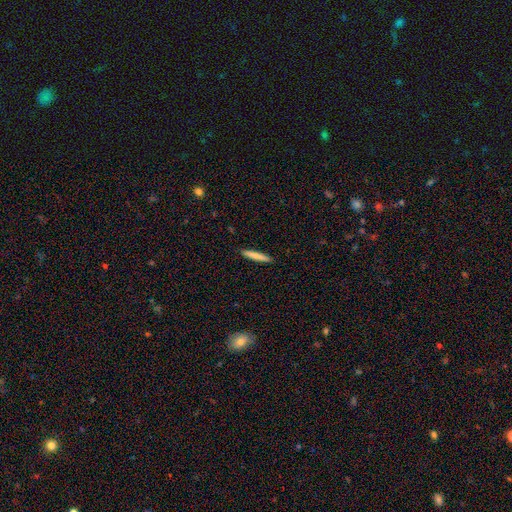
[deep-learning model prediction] Smooth or featured: smooth — 80% (featured or disk — 14%)
How rounded: cigar-shaped — 95% (in between — 4%)
Merging: none — 92% (minor disturbance — 5%)